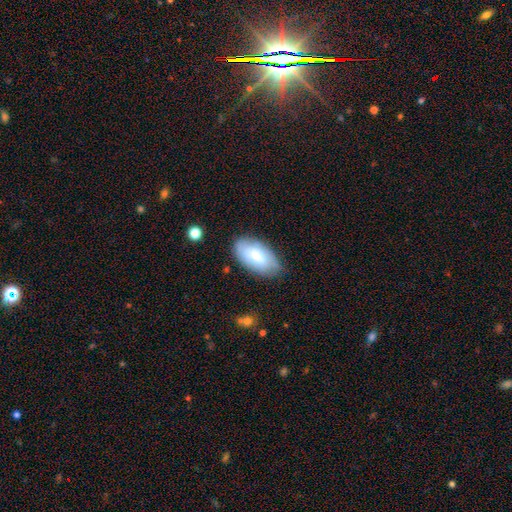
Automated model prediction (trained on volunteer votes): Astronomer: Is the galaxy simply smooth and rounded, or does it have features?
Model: smooth — 74%.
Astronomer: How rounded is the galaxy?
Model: in between — 95%.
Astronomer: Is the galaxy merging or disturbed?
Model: none — 73%.